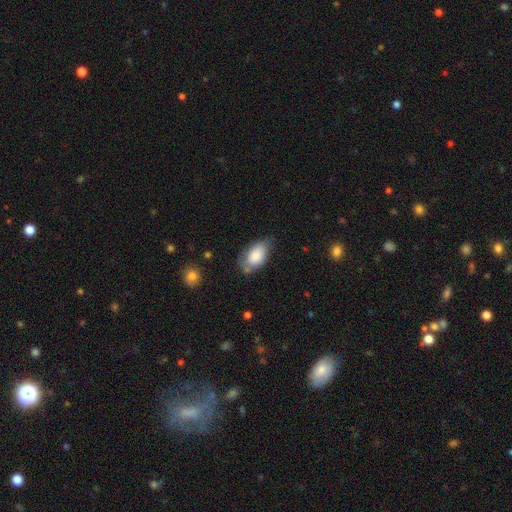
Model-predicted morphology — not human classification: This appears to be a smooth galaxy with no disk features (82%) that is in between round and cigar-shaped (92%). Merging: none (54%).